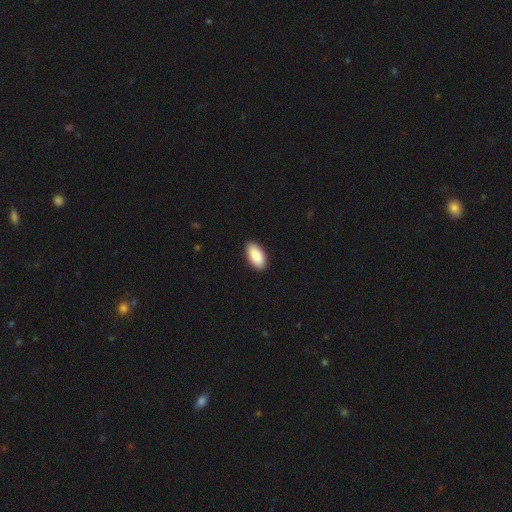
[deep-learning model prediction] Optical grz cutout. It shows a smooth galaxy with no disk features (90%) that is in between round and cigar-shaped (95%). Merging: none (90%).